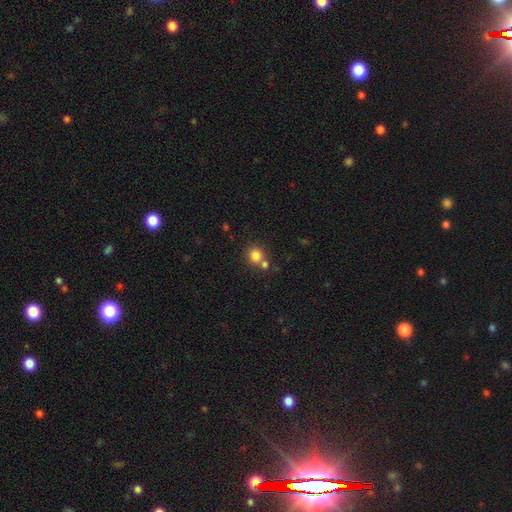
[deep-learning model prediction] Overall: smooth (81%). How rounded: round (88%). Merging: none (60%; merger 28%).